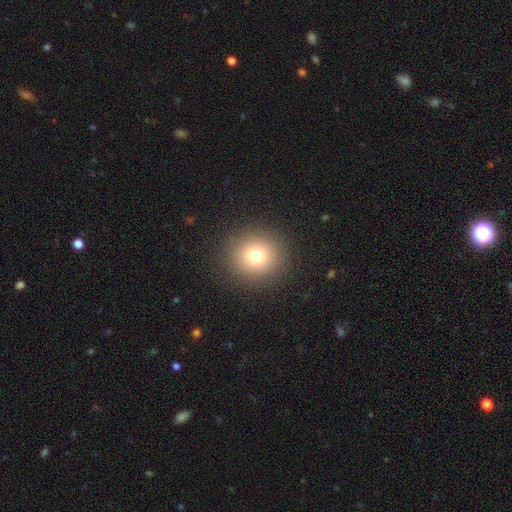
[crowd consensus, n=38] Smooth or featured? smooth (84%)
How rounded? round (97%)
Merging? none (94%)